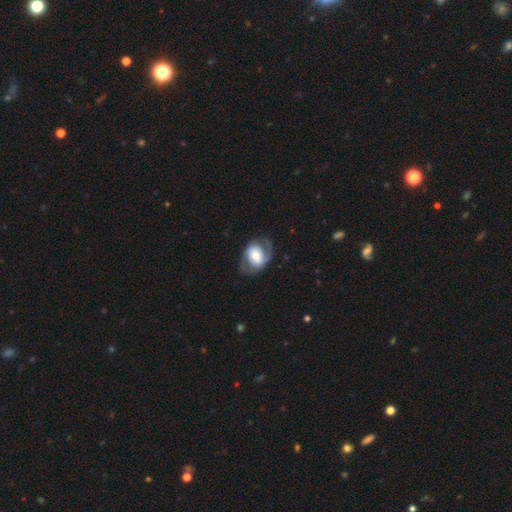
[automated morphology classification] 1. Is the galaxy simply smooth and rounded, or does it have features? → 69% featured or disk, 26% smooth, 6% star or artifact.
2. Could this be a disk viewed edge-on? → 96% no, 4% yes.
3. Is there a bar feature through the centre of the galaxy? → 43% no, 33% weak, 23% strong.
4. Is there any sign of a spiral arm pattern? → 78% yes, 22% no.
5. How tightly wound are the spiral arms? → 46% medium, 29% tight, 25% loose.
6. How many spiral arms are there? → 83% 2, 8% can't tell, 6% 1, 1% 3, 1% 4, 1% more than 4.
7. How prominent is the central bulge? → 56% moderate, 22% small, 17% large, 3% dominant, 2% none.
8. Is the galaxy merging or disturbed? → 70% none, 17% minor disturbance, 12% major disturbance, 1% merger.